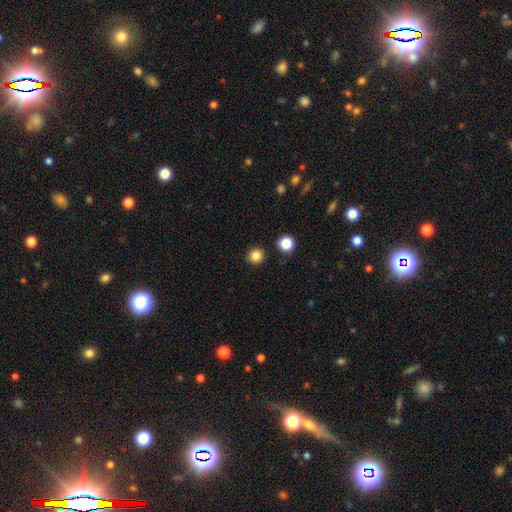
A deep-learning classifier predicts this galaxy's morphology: A smooth galaxy with no disk features (84%) that is round (93%). Merging: none (91%).